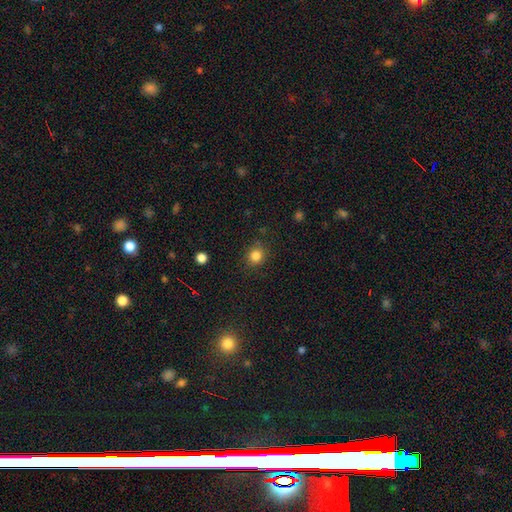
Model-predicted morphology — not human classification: Smooth or featured? Predicted: smooth (p=0.83). How rounded? Predicted: round (p=0.83). Merging? Predicted: none (p=0.84).